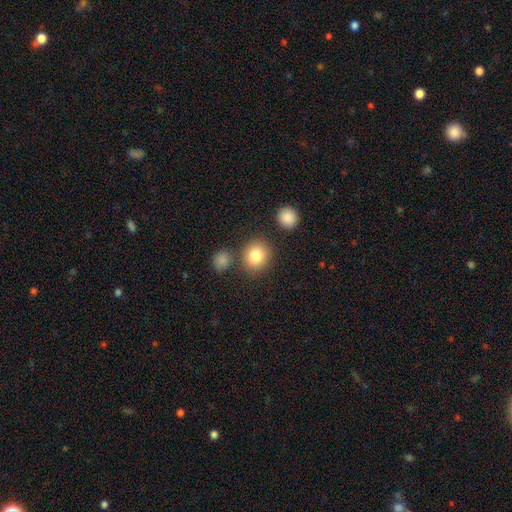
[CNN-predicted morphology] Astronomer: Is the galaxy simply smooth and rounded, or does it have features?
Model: smooth — 83%.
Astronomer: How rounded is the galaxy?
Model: round — 80%.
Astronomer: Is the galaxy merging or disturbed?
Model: none — 78%.